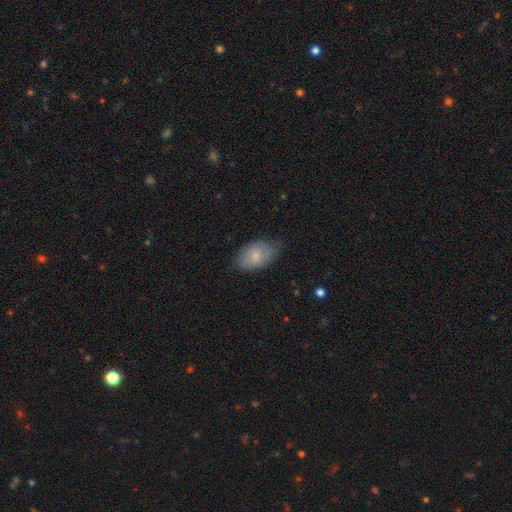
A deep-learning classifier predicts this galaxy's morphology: Smooth or featured?
  - smooth: 71% *
  - featured or disk: 23%
  - star or artifact: 7%
How rounded?
  - in between: 91% *
  - round: 7%
  - cigar-shaped: 2%
Merging?
  - none: 69% *
  - minor disturbance: 25%
  - major disturbance: 5%
  - merger: 1%